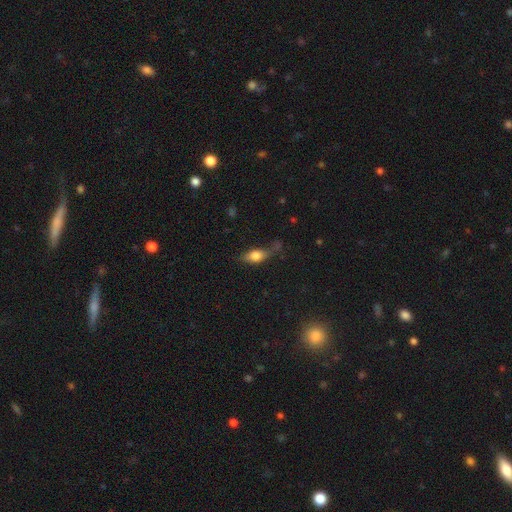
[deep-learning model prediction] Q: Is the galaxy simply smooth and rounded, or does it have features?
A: smooth — 70%.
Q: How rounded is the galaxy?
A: in between — 75%.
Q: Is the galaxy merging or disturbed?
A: none — 47%.